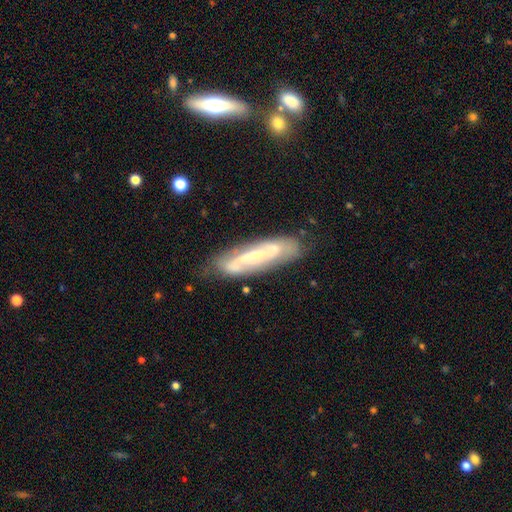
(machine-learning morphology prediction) A featured or disk galaxy (73%) with no bar (37%, tied with weak), spiral arms (86%) and a small central bulge (64%). Merging: none (74%).